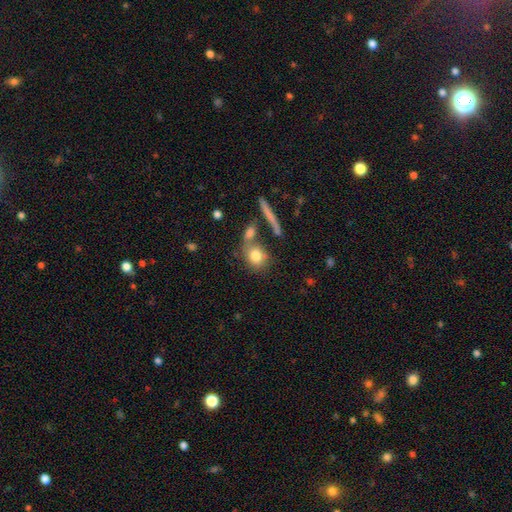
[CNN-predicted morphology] Overall: smooth (78%). How rounded: round (60%; in between 35%). Merging: none (55%; merger 26%).